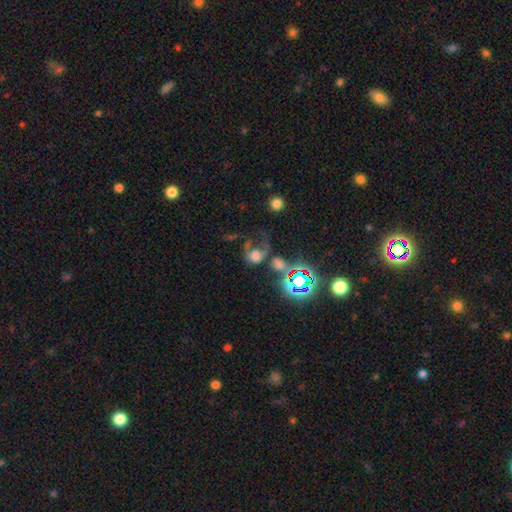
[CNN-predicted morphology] Q: Smooth or featured?
A: smooth (45%); runner-up: star or artifact (28%)
Q: Merging?
A: major disturbance (40%); runner-up: merger (26%)